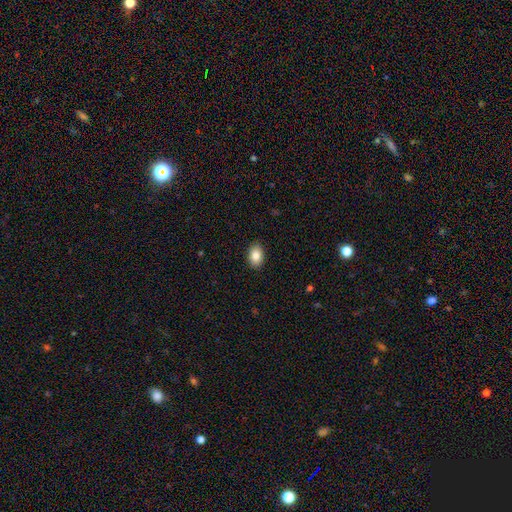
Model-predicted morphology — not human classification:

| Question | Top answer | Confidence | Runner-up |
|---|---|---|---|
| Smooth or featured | smooth | 86% | star or artifact (8%) |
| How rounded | in between | 85% | round (14%) |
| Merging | none | 89% | minor disturbance (8%) |